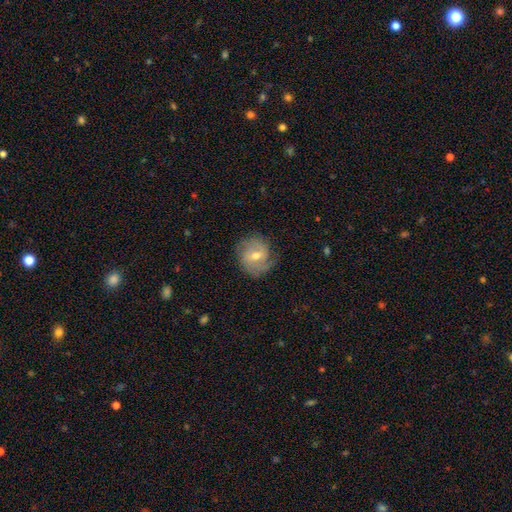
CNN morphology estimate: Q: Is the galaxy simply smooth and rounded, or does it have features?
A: featured or disk — 67%.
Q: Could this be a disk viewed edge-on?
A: no — 97%.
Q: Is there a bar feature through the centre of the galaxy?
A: weak — 54%.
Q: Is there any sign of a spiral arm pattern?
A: yes — 88%.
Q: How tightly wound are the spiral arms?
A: medium — 41%.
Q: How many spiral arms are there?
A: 2 — 66%.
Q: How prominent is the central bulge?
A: moderate — 60%.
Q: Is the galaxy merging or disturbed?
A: none — 75%.